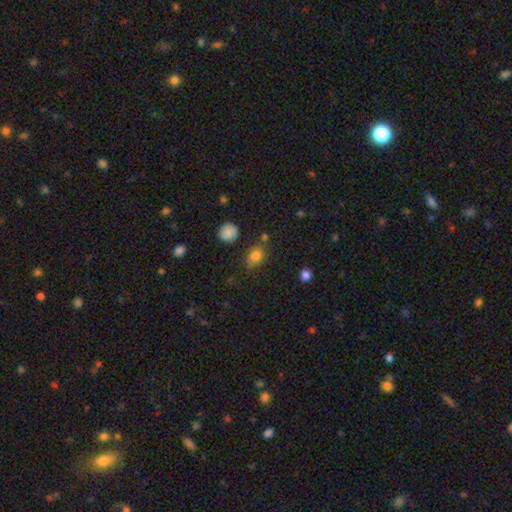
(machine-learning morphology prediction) This is likely a smooth galaxy (80%). How rounded: likely in between (64%). Merging: likely none (65%).